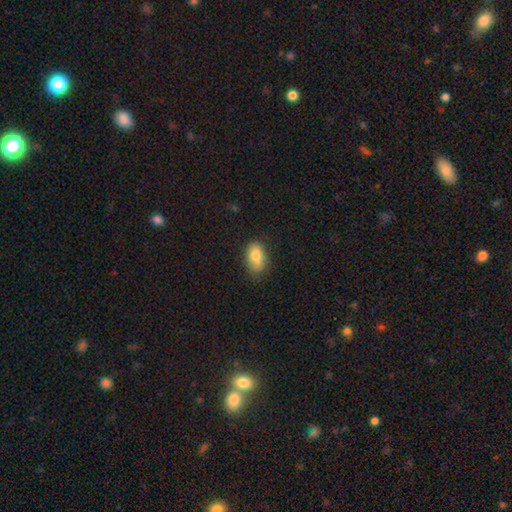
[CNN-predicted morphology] Smooth or featured: smooth — 80% (featured or disk — 12%)
How rounded: in between — 87% (round — 10%)
Merging: none — 71% (minor disturbance — 23%)